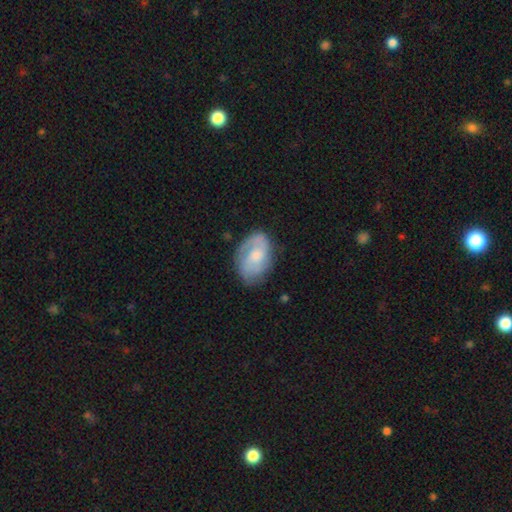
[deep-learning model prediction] featured or disk 61%, smooth 33%, star or artifact 6%. Down the decision tree: edge-on disk — no (96%); bar — no (63%); spiral arms — yes (84%); bulge size — moderate (46%); merging — none (68%).